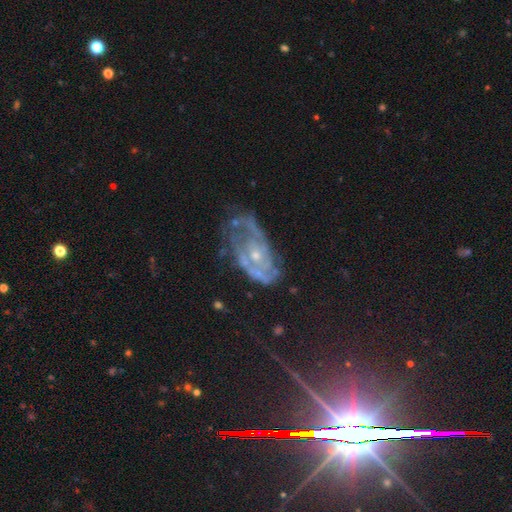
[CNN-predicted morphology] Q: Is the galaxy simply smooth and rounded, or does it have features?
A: featured or disk — 76%.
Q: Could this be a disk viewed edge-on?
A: no — 95%.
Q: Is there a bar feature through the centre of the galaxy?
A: no — 77%.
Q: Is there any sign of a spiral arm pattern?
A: yes — 80%.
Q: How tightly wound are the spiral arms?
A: tight — 47%.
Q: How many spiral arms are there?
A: can't tell — 41%.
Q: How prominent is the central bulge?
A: small — 62%.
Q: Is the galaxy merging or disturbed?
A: none — 51%.